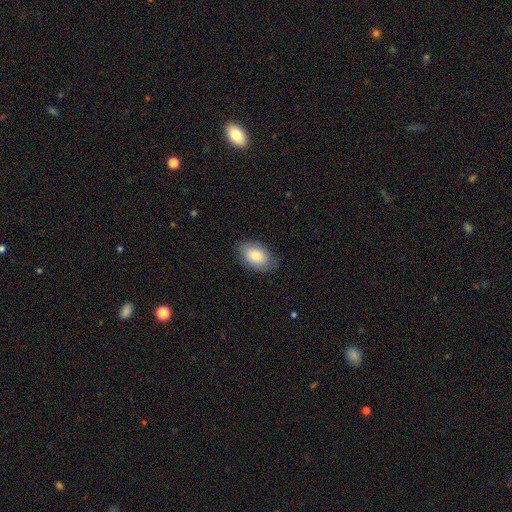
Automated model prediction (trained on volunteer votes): A smooth galaxy with no disk features (83%) that is in between round and cigar-shaped (92%). Merging: none (81%).